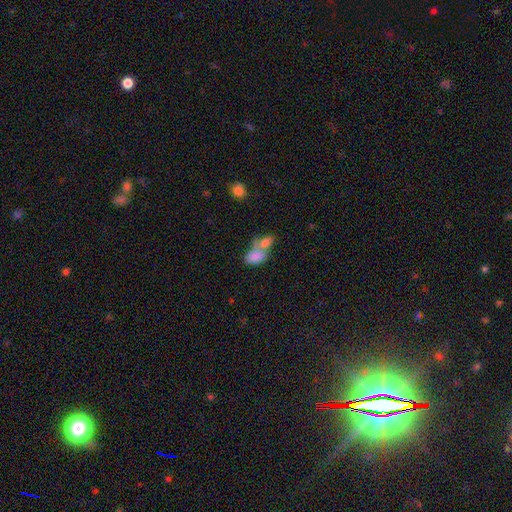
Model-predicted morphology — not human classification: The model was most divided on "merging": merger: 62%, none: 24%, minor disturbance: 9%, major disturbance: 5%. More confident: how rounded — in between (90%); smooth or featured — smooth (82%).